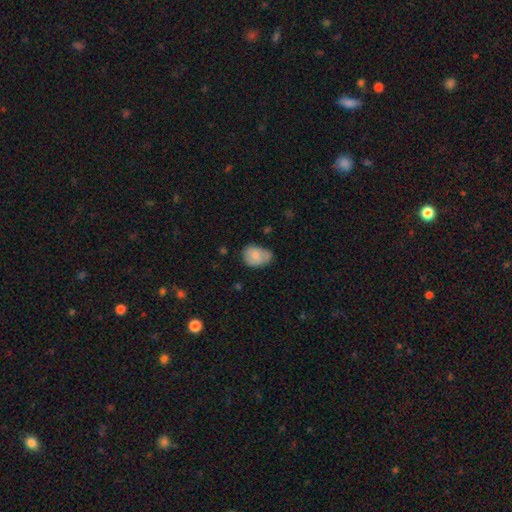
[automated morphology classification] smooth 77%, featured or disk 15%, star or artifact 8%. Down the decision tree: how rounded — in between (68%); merging — none (44%).